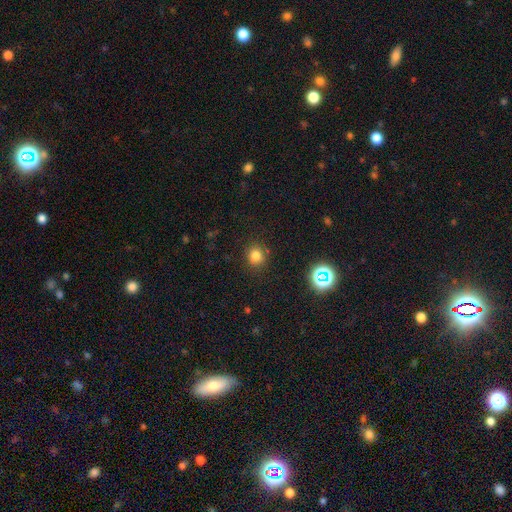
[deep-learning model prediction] smooth_or_featured: smooth (p=0.78) [alt: star or artifact p=0.16]
how_rounded: round (p=0.82) [alt: in between p=0.18]
merging: none (p=0.86) [alt: minor disturbance p=0.09]